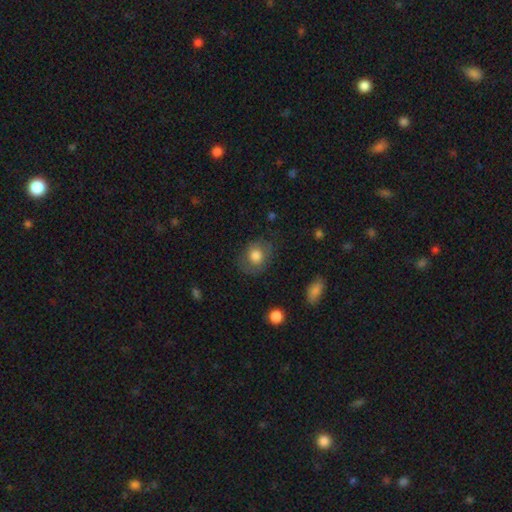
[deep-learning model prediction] Q: Smooth or featured?
A: smooth (77%); runner-up: featured or disk (15%)
Q: How rounded?
A: round (63%); runner-up: in between (36%)
Q: Merging?
A: none (73%); runner-up: minor disturbance (18%)